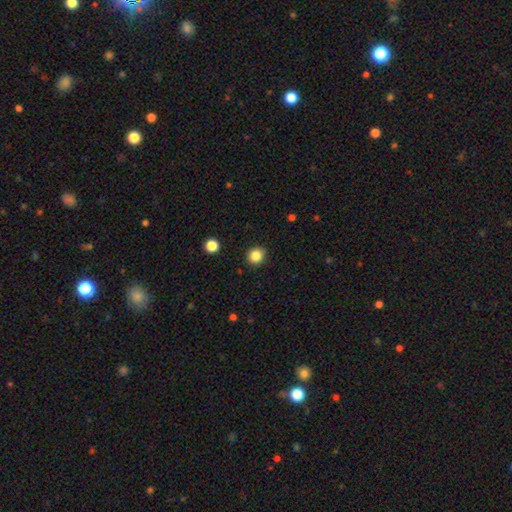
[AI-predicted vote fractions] Smooth or featured? smooth (84%)
How rounded? round (90%)
Merging? none (90%)